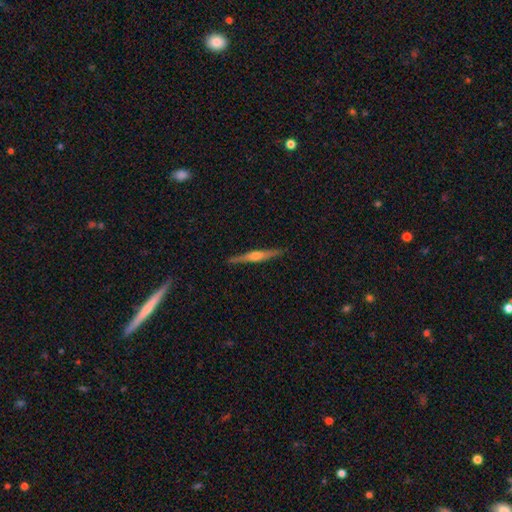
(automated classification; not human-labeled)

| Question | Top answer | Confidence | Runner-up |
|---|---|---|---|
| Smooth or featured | featured or disk | 76% | smooth (18%) |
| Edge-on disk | yes | 98% | no (2%) |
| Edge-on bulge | rounded | 85% | boxy (8%) |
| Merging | none | 91% | minor disturbance (7%) |